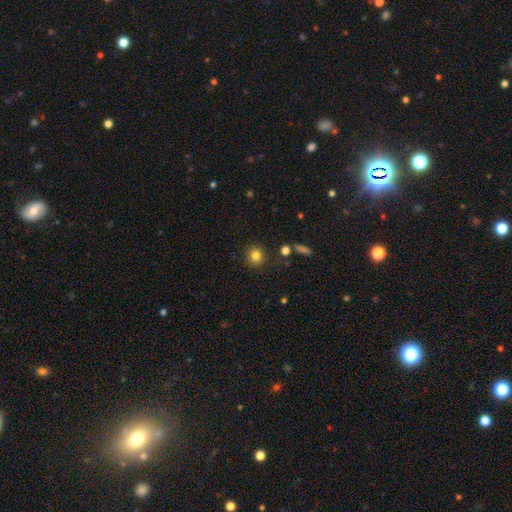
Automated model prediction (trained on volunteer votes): Smooth or featured?
  - smooth: 82% *
  - star or artifact: 12%
  - featured or disk: 6%
How rounded?
  - round: 87% *
  - in between: 12%
  - cigar-shaped: 1%
Merging?
  - none: 87% *
  - minor disturbance: 8%
  - merger: 3%
  - major disturbance: 3%